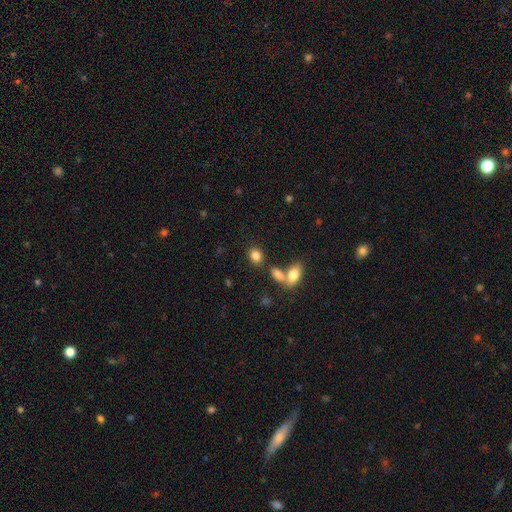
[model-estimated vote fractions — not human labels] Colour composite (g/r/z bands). It shows a smooth galaxy with no disk features (84%) that is in between round and cigar-shaped (56%). Merging: none (67%).